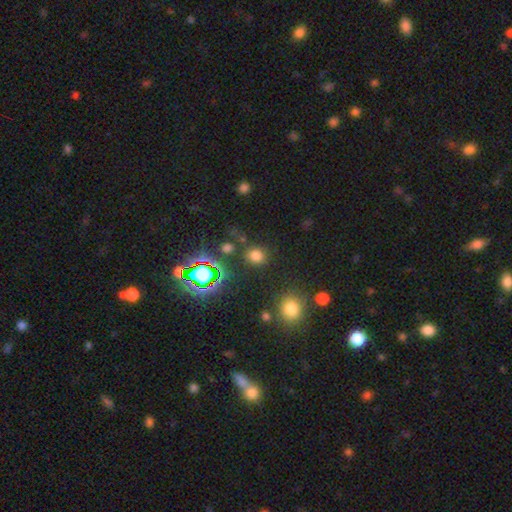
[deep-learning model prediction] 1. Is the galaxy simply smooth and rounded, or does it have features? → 69% smooth, 25% star or artifact, 6% featured or disk.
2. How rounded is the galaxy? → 75% round, 24% in between, 1% cigar-shaped.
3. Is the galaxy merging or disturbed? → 83% none, 9% minor disturbance, 5% merger, 4% major disturbance.